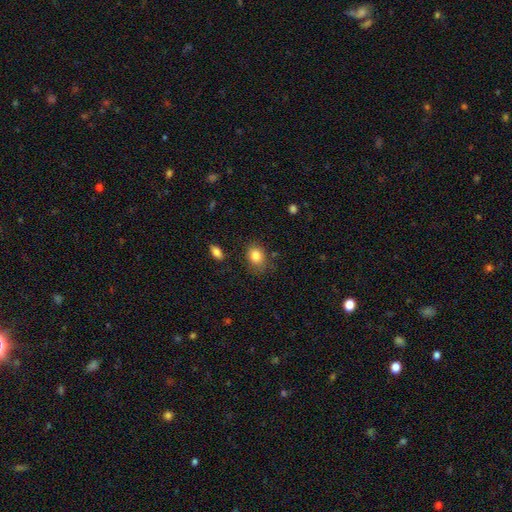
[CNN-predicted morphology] Smooth or featured?
  - smooth: 84% *
  - star or artifact: 9%
  - featured or disk: 7%
How rounded?
  - in between: 55% *
  - round: 44%
  - cigar-shaped: 1%
Merging?
  - none: 74% *
  - minor disturbance: 19%
  - major disturbance: 5%
  - merger: 2%